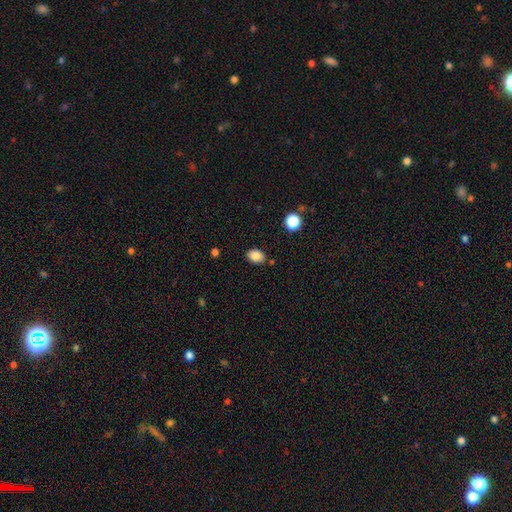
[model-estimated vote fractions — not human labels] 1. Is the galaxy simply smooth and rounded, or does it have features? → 86% smooth, 10% star or artifact, 4% featured or disk.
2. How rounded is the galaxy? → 70% in between, 29% round, 1% cigar-shaped.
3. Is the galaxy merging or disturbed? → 81% none, 12% minor disturbance, 4% merger, 3% major disturbance.